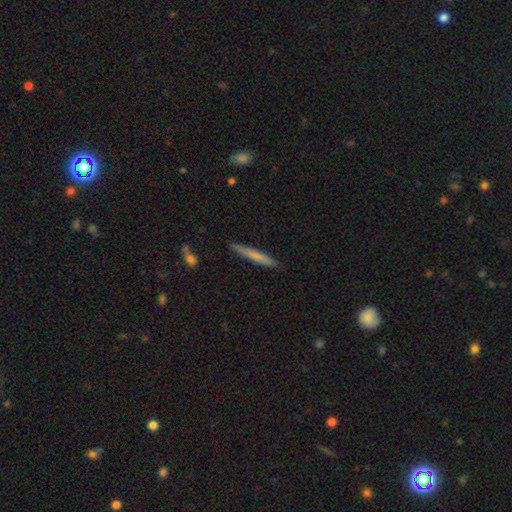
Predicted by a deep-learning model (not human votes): Morphology: type=smooth (68%); roundness=cigar-shaped (96%); merging=none (88%).